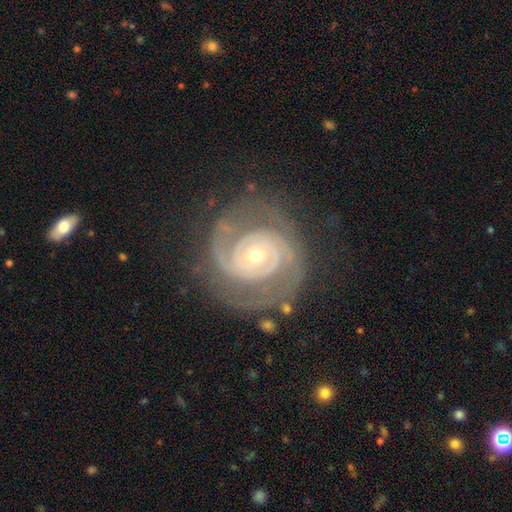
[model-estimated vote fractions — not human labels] Morphology: type=featured or disk (89%); edge-on=no (98%); bar=no (72%); spiral arms=yes (97%); winding=tight (73%); arm count=2 (67%); bulge=small (57%); merging=none (74%).